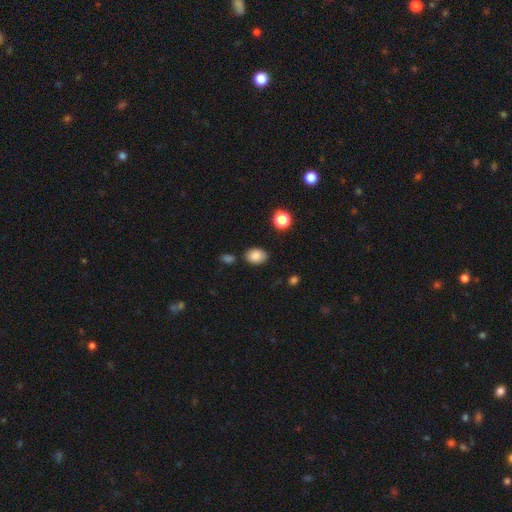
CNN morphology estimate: Smooth or featured?
  - smooth: 85% *
  - star or artifact: 9%
  - featured or disk: 5%
How rounded?
  - in between: 71% *
  - round: 28%
  - cigar-shaped: 1%
Merging?
  - none: 79% *
  - minor disturbance: 13%
  - merger: 5%
  - major disturbance: 3%